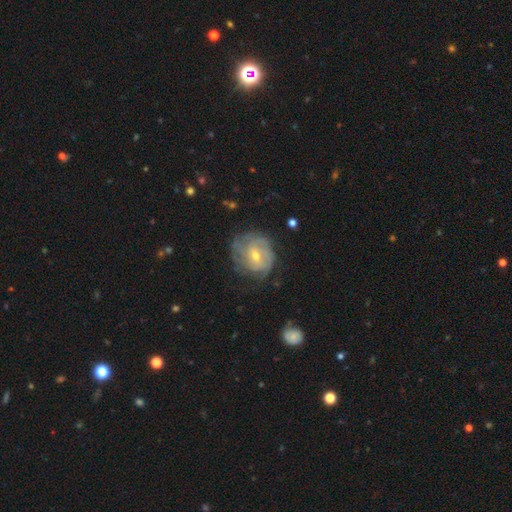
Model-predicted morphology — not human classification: A featured or disk galaxy (70%) with no bar (49%), tight (63%) spiral arms (83%) and a small central bulge (53%). Merging: none (64%).